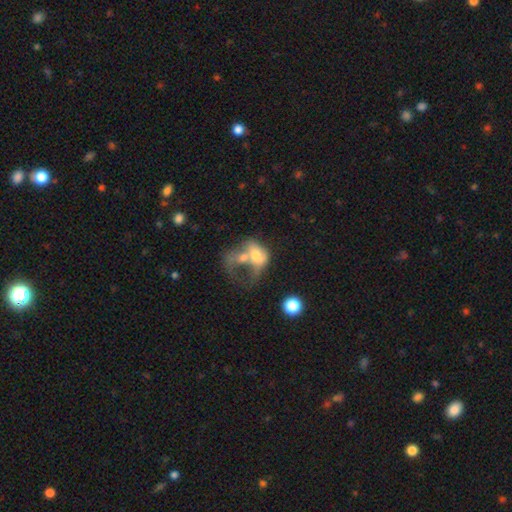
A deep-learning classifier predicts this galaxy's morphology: Q: Smooth or featured?
A: smooth (53%); runner-up: featured or disk (38%)
Q: How rounded?
A: in between (67%); runner-up: round (31%)
Q: Merging?
A: merger (60%); runner-up: major disturbance (26%)